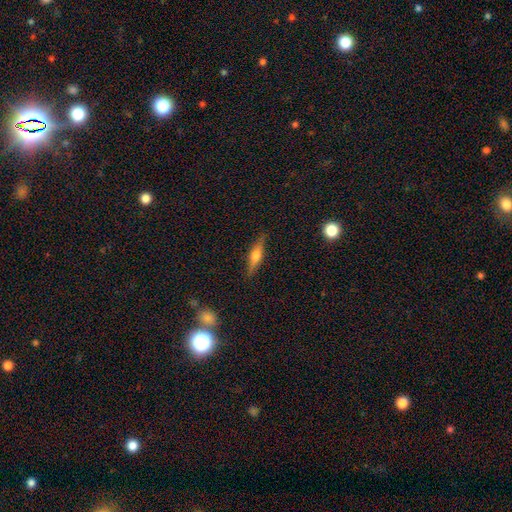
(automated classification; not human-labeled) Smooth or featured? featured or disk (57%)
Edge-on disk? yes (95%)
Edge-on bulge? rounded (89%)
Merging? none (88%)